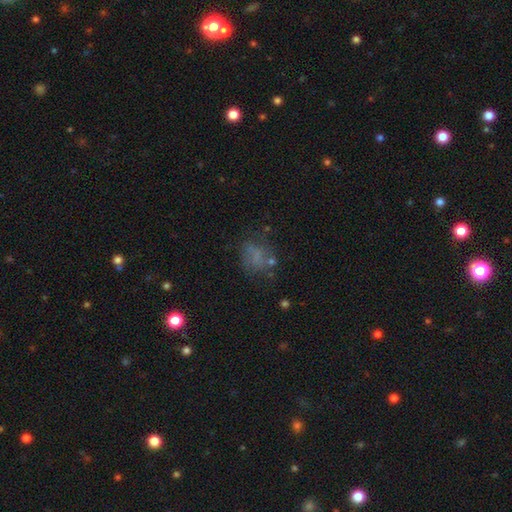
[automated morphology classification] A smooth galaxy with no disk features (52%) that is in between round and cigar-shaped (50%).

Vote fractions:
- Smooth or featured? smooth: 52% / featured or disk: 26% / star or artifact: 21%
- How rounded? in between: 50% / round: 48% / cigar-shaped: 2%
- Merging? none: 56% / minor disturbance: 20% / major disturbance: 18% / merger: 7%